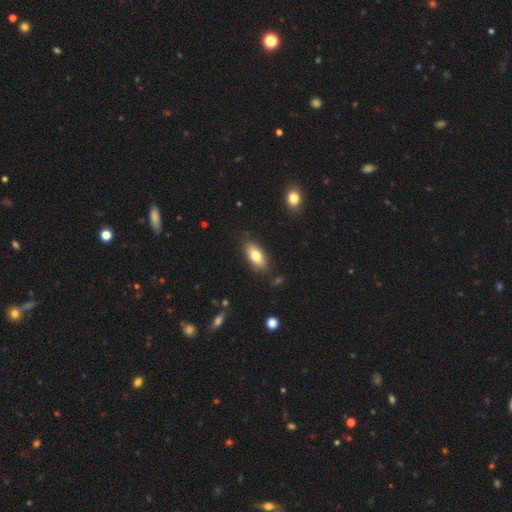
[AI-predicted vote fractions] A smooth galaxy with no disk features (78%) that is in between round and cigar-shaped (85%). Merging: none (83%).